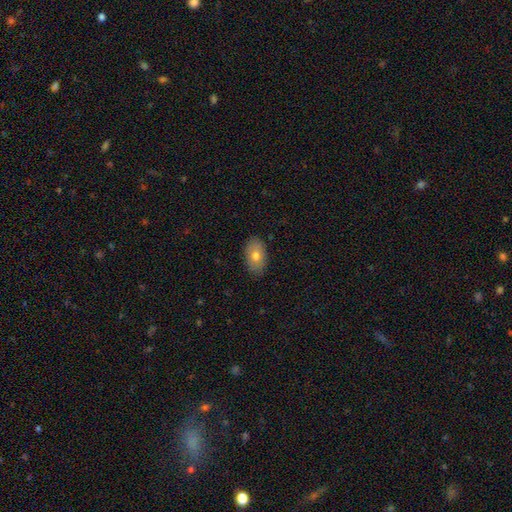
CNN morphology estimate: smooth-or-featured: smooth: 74% | featured or disk: 19% | star or artifact: 7%
  how-rounded: in between: 90% | round: 8% | cigar-shaped: 1%
  merging: none: 85% | minor disturbance: 11% | major disturbance: 2% | merger: 1%